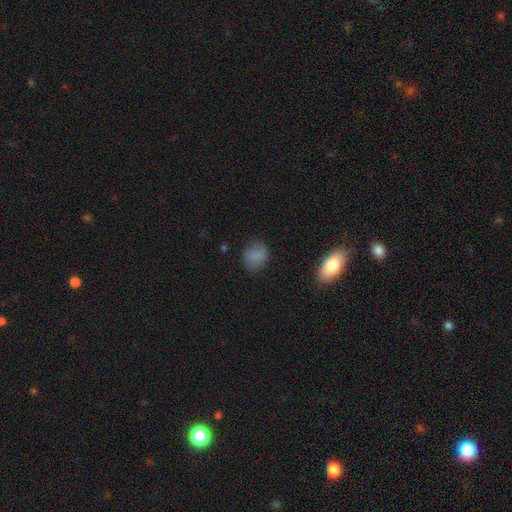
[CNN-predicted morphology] The model was most divided on "how rounded": round: 57%, in between: 42%, cigar-shaped: 2%. More confident: smooth or featured — smooth (77%); merging — none (73%).